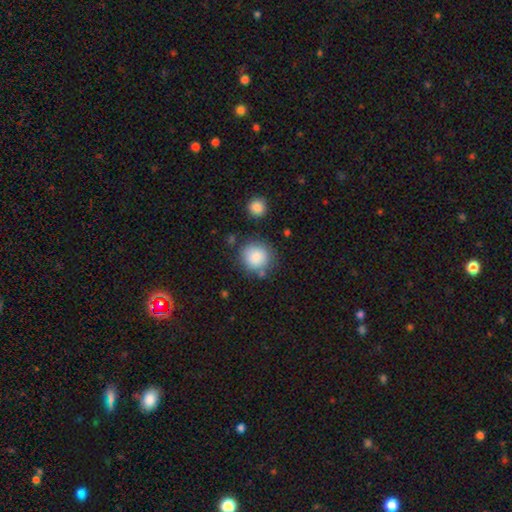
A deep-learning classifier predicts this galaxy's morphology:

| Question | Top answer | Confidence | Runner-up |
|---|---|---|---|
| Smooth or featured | smooth | 86% | star or artifact (8%) |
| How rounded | round | 90% | in between (9%) |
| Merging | none | 76% | minor disturbance (13%) |